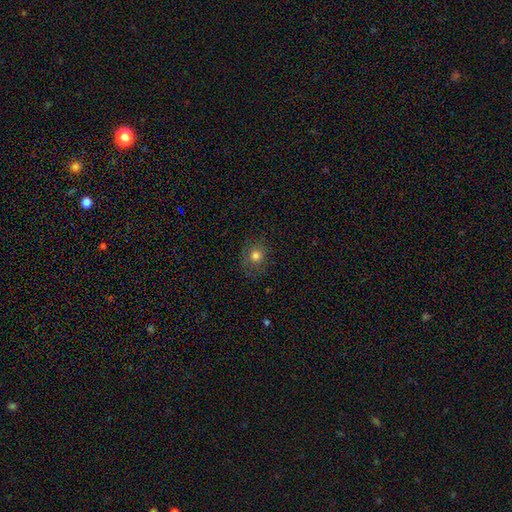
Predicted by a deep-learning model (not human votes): Smooth or featured: smooth — 77% (star or artifact — 13%)
How rounded: round — 81% (in between — 18%)
Merging: none — 79% (minor disturbance — 15%)